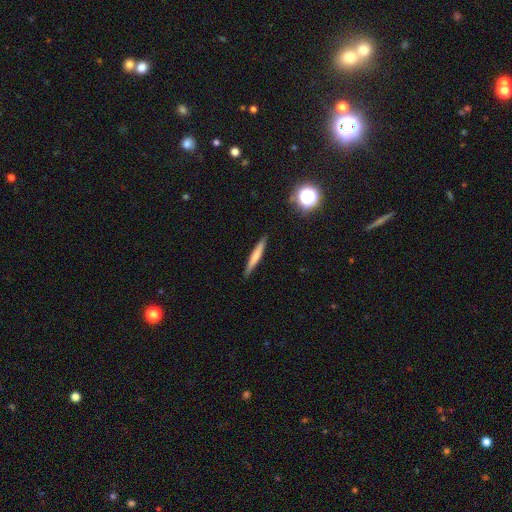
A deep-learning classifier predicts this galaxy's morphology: type=smooth (60%); roundness=cigar-shaped (95%); merging=none (90%).